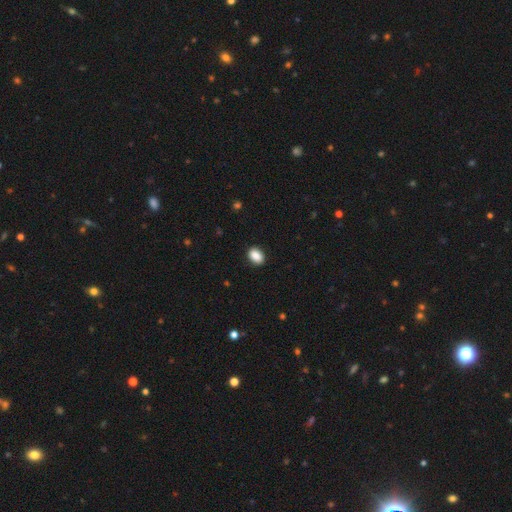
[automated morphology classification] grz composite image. It shows a smooth galaxy with no disk features (88%) that is in between round and cigar-shaped (80%). Merging: none (89%).